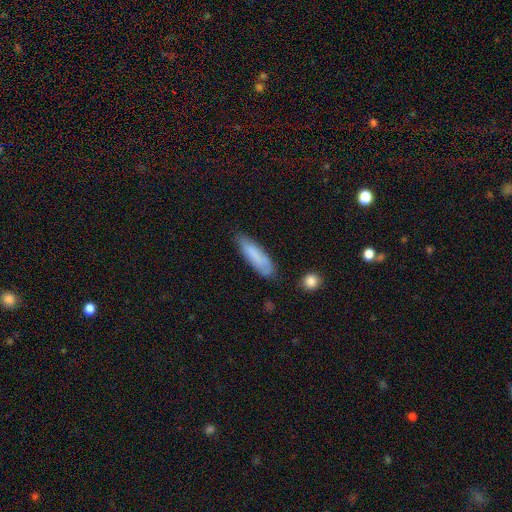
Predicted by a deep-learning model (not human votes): This is likely a smooth galaxy (78%). How rounded: likely cigar-shaped (62%). Merging: likely none (72%).